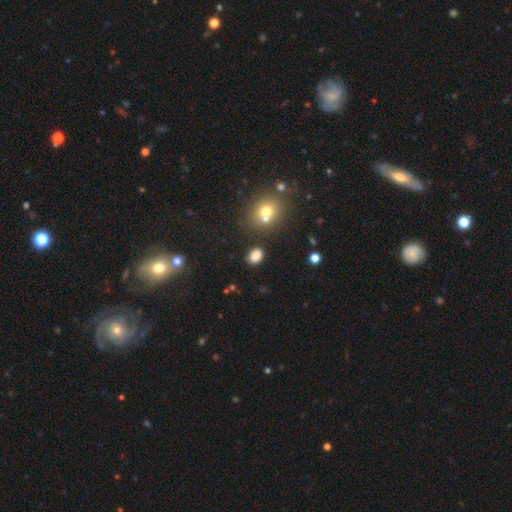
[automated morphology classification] Smooth or featured?
  - smooth: 83% *
  - star or artifact: 12%
  - featured or disk: 5%
How rounded?
  - in between: 75% *
  - round: 24%
  - cigar-shaped: 1%
Merging?
  - none: 81% *
  - minor disturbance: 11%
  - merger: 5%
  - major disturbance: 3%